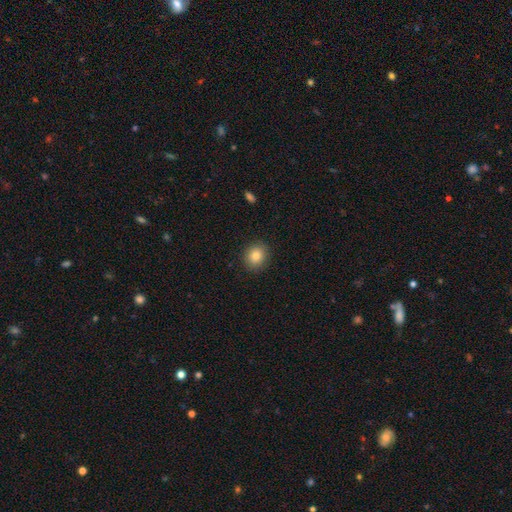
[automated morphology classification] Smooth or featured?
  - smooth: 83% *
  - star or artifact: 9%
  - featured or disk: 7%
How rounded?
  - round: 68% *
  - in between: 31%
  - cigar-shaped: 1%
Merging?
  - none: 89% *
  - minor disturbance: 7%
  - major disturbance: 2%
  - merger: 1%